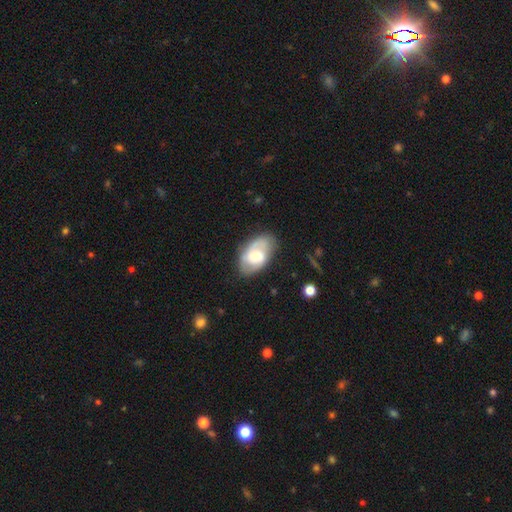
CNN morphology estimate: smooth_or_featured: featured or disk (p=0.57) [alt: smooth p=0.36]
disk_edge_on: no (p=0.96) [alt: yes p=0.04]
bar: no (p=0.48) [alt: weak p=0.42]
has_spiral_arms: yes (p=0.83) [alt: no p=0.17]
bulge_size: moderate (p=0.44) [alt: small p=0.28]
merging: none (p=0.69) [alt: minor disturbance p=0.21]